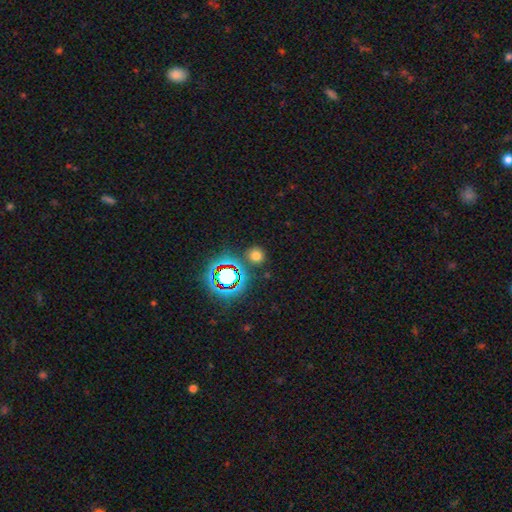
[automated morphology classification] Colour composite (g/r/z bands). It shows a smooth galaxy with no disk features (67%) that is round (89%). Merging: none (85%).